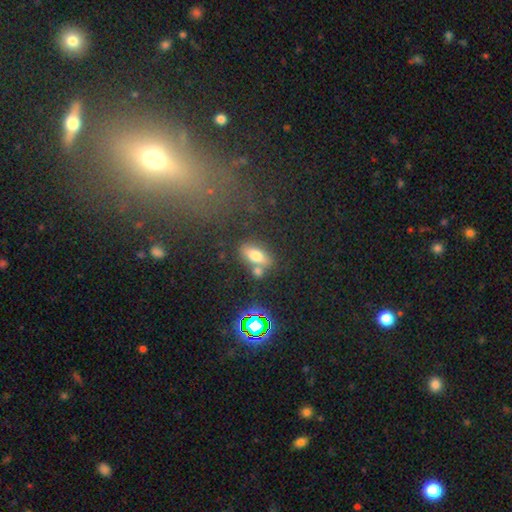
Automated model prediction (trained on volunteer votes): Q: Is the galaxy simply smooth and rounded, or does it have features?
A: smooth — 68%.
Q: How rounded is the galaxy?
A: in between — 77%.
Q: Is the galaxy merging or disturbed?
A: none — 60%.